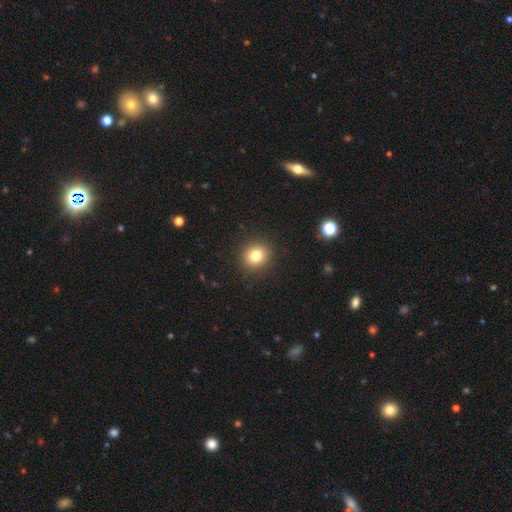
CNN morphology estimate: This appears to be a smooth galaxy with no disk features (79%) that is round (87%). Merging: none (91%).